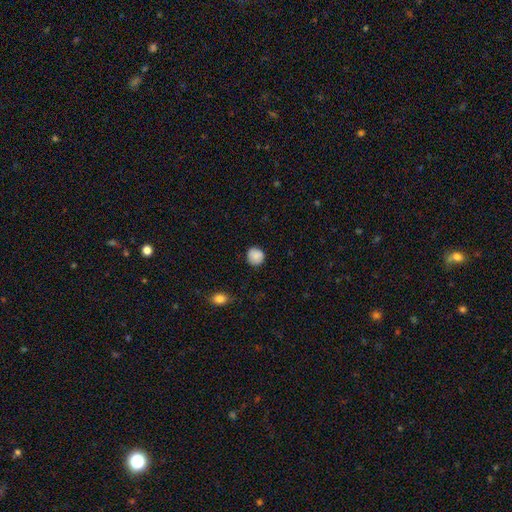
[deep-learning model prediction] A smooth galaxy with no disk features (86%) that is round (87%). Merging: none (83%).